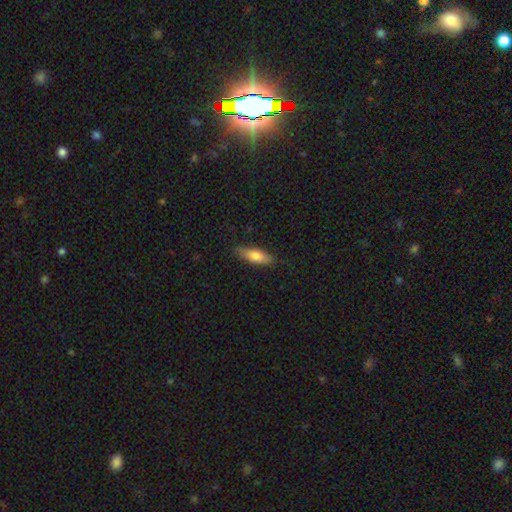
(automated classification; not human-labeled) This is likely a smooth galaxy (74%). How rounded: possibly in between (57%). Merging: clearly none (84%).